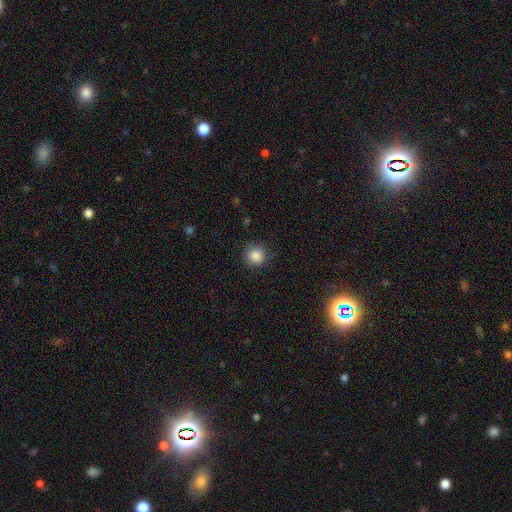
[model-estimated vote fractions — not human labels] Smooth or featured: smooth — 86% (star or artifact — 10%)
How rounded: round — 93% (in between — 6%)
Merging: none — 86% (minor disturbance — 10%)